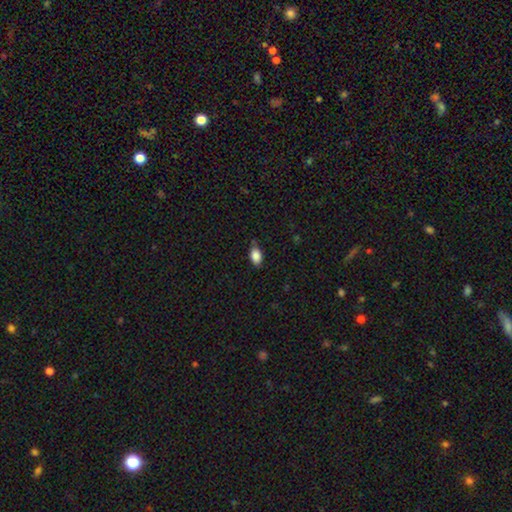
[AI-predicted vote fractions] smooth-or-featured: smooth: 87% | star or artifact: 8% | featured or disk: 5%
  how-rounded: in between: 90% | round: 8% | cigar-shaped: 2%
  merging: none: 78% | minor disturbance: 17% | major disturbance: 3% | merger: 2%